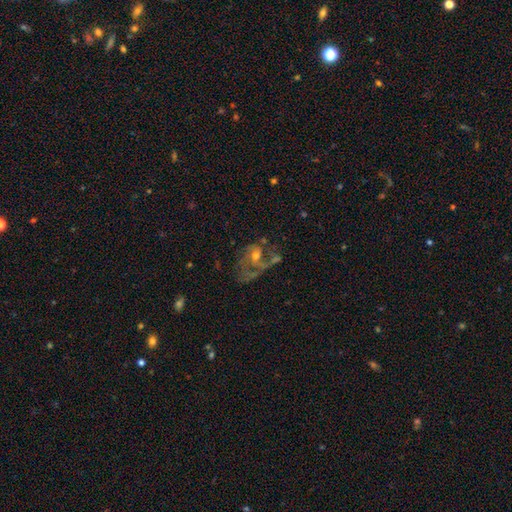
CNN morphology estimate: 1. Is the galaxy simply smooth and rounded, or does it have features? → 75% featured or disk, 15% smooth, 10% star or artifact.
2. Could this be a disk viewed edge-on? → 97% no, 3% yes.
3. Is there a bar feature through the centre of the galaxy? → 68% no, 27% weak, 6% strong.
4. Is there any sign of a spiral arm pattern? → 80% yes, 20% no.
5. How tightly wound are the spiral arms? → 43% loose, 42% medium, 15% tight.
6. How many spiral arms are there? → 45% 2, 21% 1, 17% can't tell, 11% 3, 3% 4, 3% more than 4.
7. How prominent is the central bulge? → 56% moderate, 34% small, 5% large, 4% none, 1% dominant.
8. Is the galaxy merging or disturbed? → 42% major disturbance, 30% none, 17% minor disturbance, 10% merger.